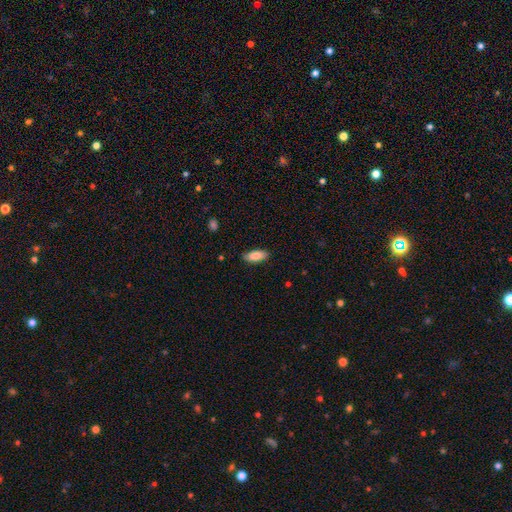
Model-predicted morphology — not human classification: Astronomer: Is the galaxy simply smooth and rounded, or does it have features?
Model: smooth — 83%.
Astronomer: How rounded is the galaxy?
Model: in between — 83%.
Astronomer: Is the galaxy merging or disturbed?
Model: none — 86%.